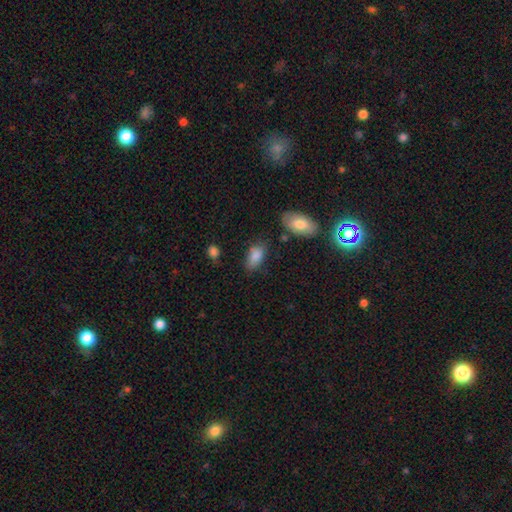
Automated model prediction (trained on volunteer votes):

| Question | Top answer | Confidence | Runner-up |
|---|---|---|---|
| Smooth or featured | smooth | 85% | star or artifact (8%) |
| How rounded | in between | 93% | round (4%) |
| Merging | none | 64% | minor disturbance (24%) |